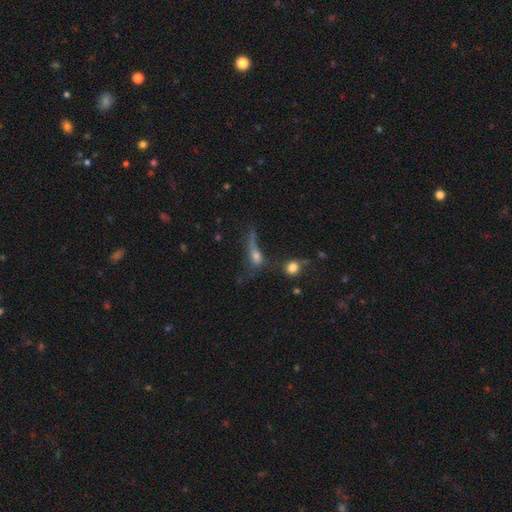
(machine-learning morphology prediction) Smooth or featured: smooth — 43% (featured or disk — 38%)
Merging: major disturbance — 38% (none — 29%)